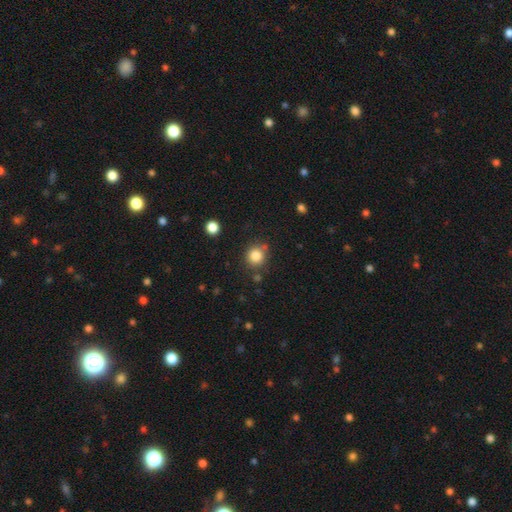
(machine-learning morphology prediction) smooth_or_featured: smooth (p=0.83) [alt: star or artifact p=0.11]
how_rounded: round (p=0.89) [alt: in between p=0.10]
merging: none (p=0.79) [alt: minor disturbance p=0.11]